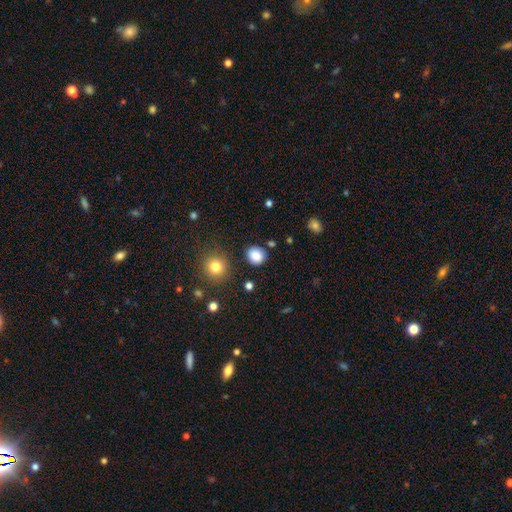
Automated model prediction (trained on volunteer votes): Morphology: type=smooth (86%); roundness=round (81%); merging=none (86%).